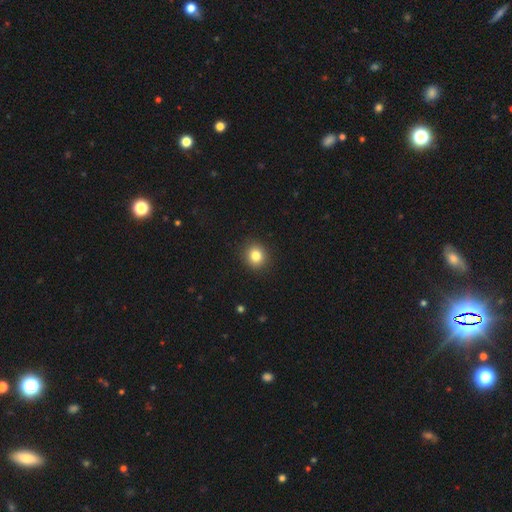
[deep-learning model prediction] This appears to be a smooth galaxy with no disk features (82%) that is round (84%). Merging: none (91%).